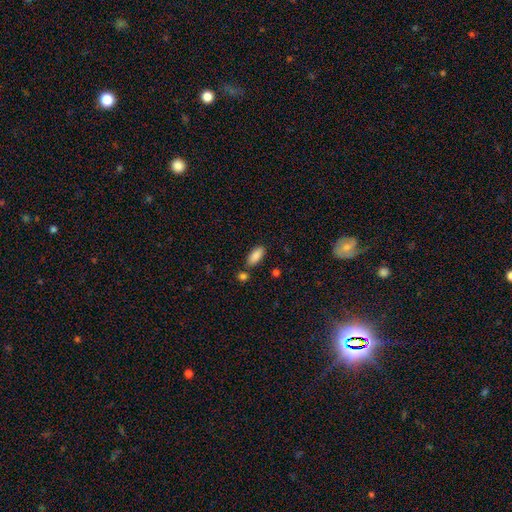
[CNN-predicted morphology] Smooth or featured? smooth (87%)
How rounded? in between (83%)
Merging? none (77%)